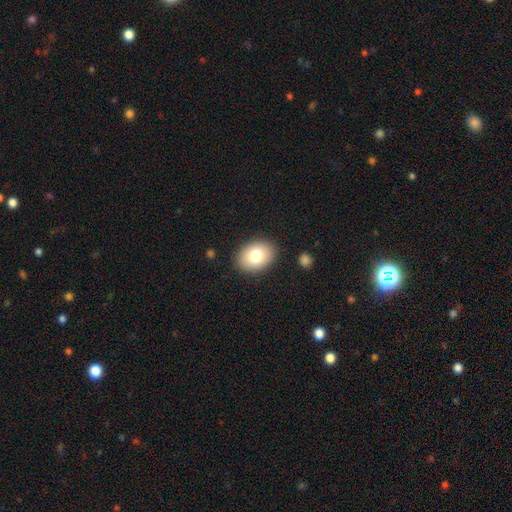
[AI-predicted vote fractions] Q: Smooth or featured?
A: smooth (78%); runner-up: featured or disk (14%)
Q: How rounded?
A: in between (75%); runner-up: round (24%)
Q: Merging?
A: none (87%); runner-up: minor disturbance (9%)